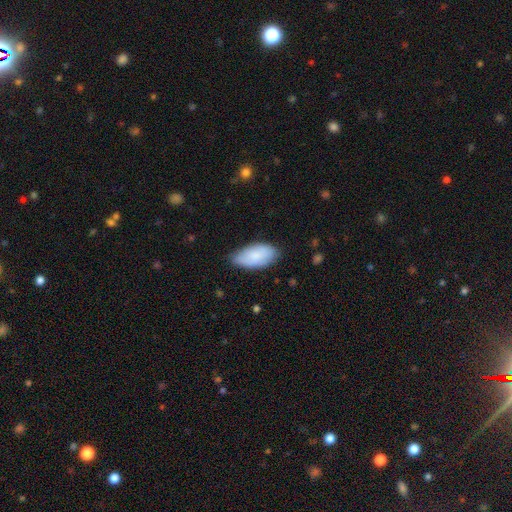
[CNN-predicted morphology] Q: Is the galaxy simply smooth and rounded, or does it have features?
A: smooth — 81%.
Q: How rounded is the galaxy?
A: in between — 94%.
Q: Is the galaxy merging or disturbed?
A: none — 68%.